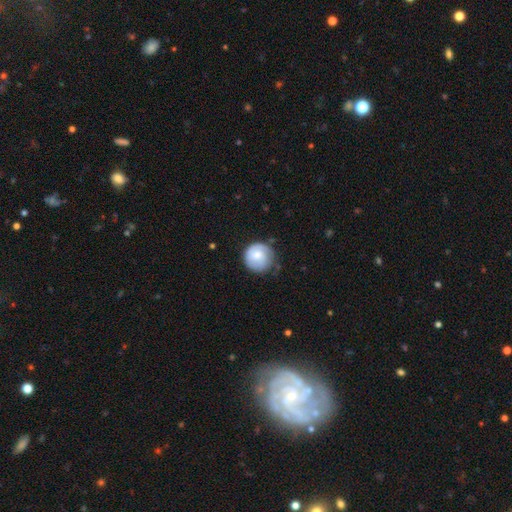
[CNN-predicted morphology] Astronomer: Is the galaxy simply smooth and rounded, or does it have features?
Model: smooth — 59% (runner-up: featured or disk, 35%).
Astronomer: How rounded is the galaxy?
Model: round — 92%.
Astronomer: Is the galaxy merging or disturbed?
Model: none — 67%.